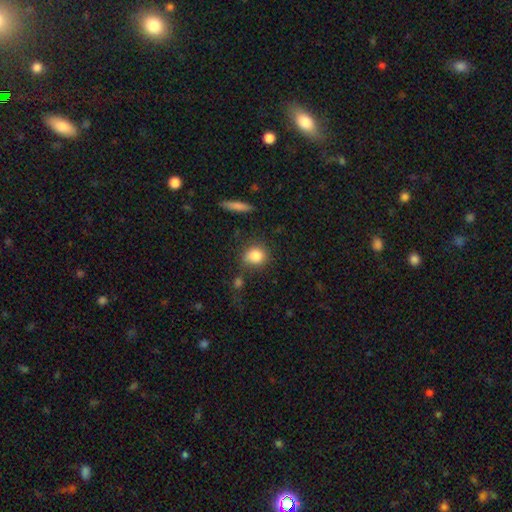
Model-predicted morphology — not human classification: Smooth or featured?
  - smooth: 85% *
  - star or artifact: 9%
  - featured or disk: 6%
How rounded?
  - round: 73% *
  - in between: 25%
  - cigar-shaped: 2%
Merging?
  - none: 72% *
  - minor disturbance: 15%
  - merger: 7%
  - major disturbance: 6%